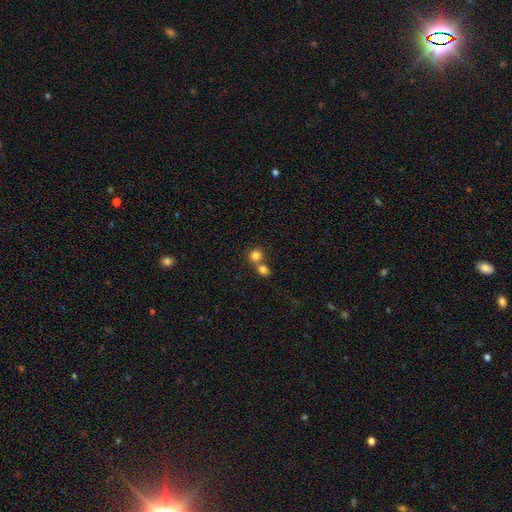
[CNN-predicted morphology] smooth 82%, star or artifact 11%, featured or disk 7%. Down the decision tree: how rounded — round (84%); merging — none (47%).